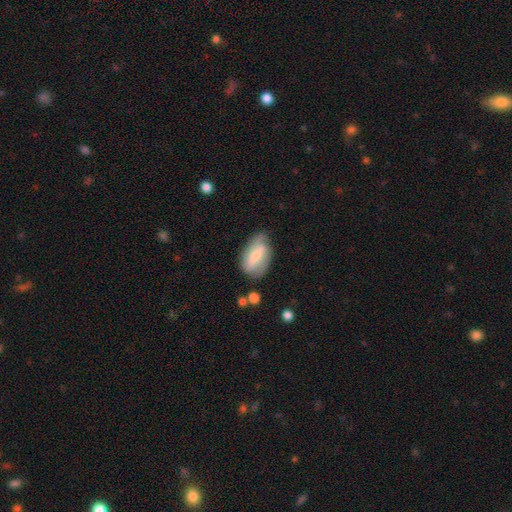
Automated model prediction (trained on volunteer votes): The model was most divided on "smooth or featured": smooth: 56%, featured or disk: 37%, star or artifact: 7%. More confident: how rounded — in between (89%); merging — none (58%).